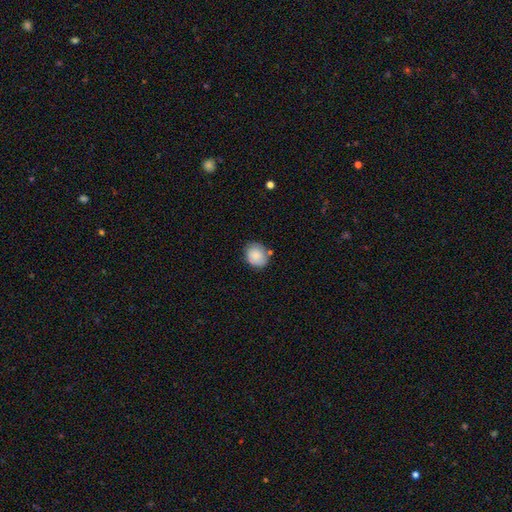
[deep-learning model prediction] smooth 84%, featured or disk 9%, star or artifact 7%. Down the decision tree: how rounded — round (60%); merging — none (72%).